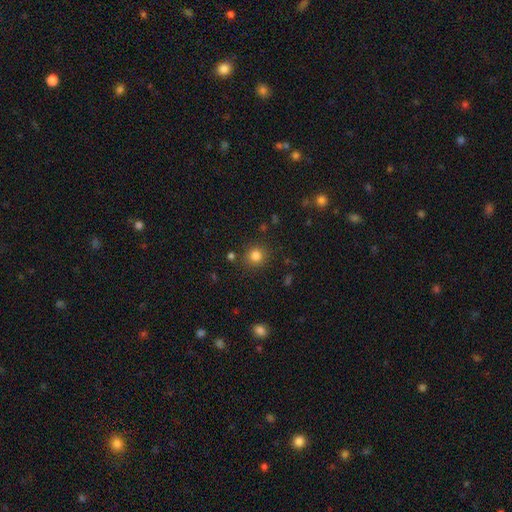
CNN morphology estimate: Overall: smooth (81%). How rounded: round (90%). Merging: none (87%).